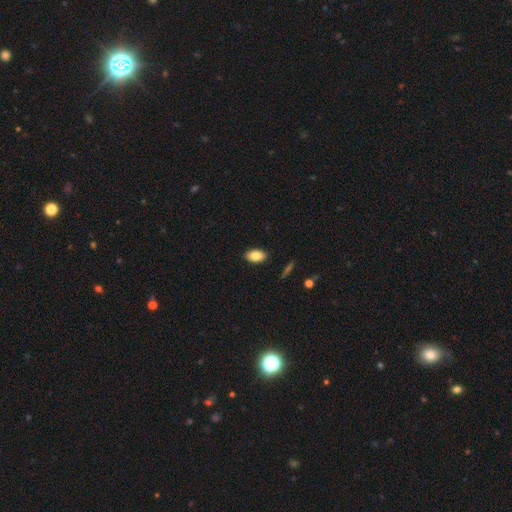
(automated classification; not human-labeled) Smooth or featured: smooth — 85% (featured or disk — 8%)
How rounded: in between — 92% (round — 5%)
Merging: none — 90% (minor disturbance — 8%)